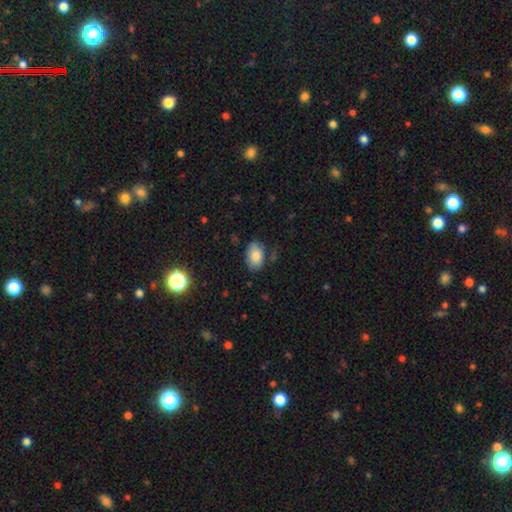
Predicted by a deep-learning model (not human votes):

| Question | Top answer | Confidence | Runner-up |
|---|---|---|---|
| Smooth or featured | smooth | 81% | featured or disk (10%) |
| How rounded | in between | 86% | round (13%) |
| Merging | none | 72% | minor disturbance (21%) |